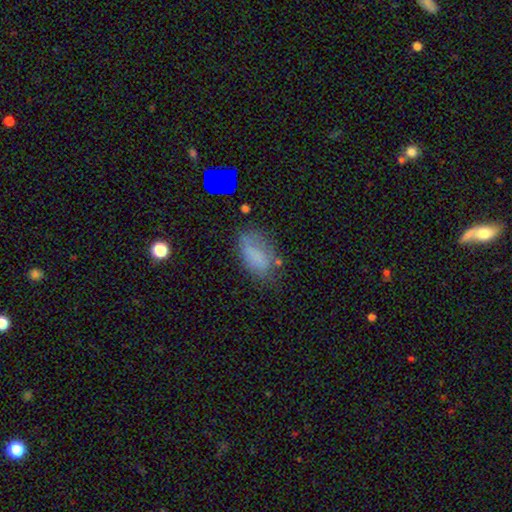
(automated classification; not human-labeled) smooth 63%, featured or disk 19%, star or artifact 18%. Down the decision tree: how rounded — in between (88%); merging — none (52%).